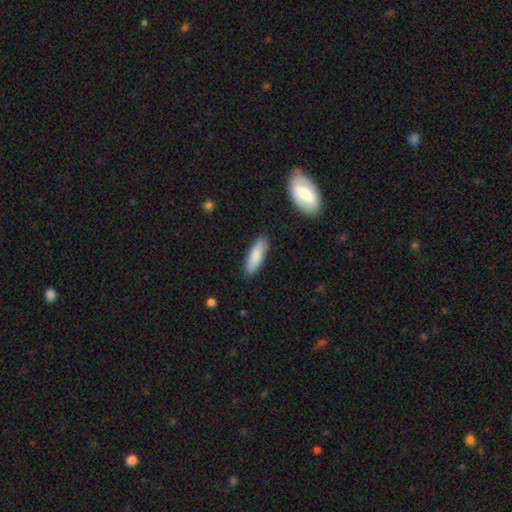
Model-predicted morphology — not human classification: A smooth galaxy with no disk features (85%) that is in between round and cigar-shaped (52%). Merging: none (87%).